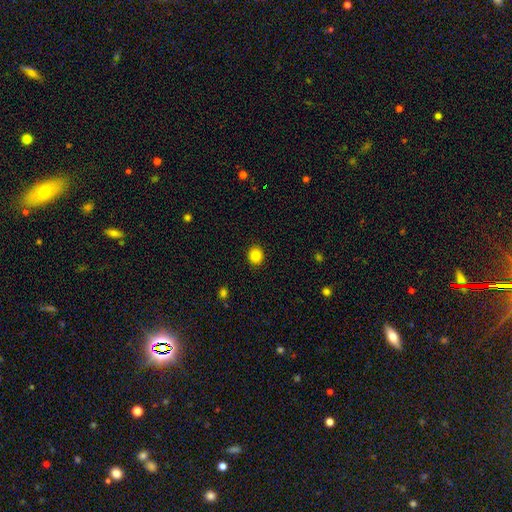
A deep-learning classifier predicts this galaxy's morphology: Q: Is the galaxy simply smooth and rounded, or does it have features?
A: smooth — 84%.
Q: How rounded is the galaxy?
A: round — 74%.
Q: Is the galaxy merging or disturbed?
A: none — 91%.